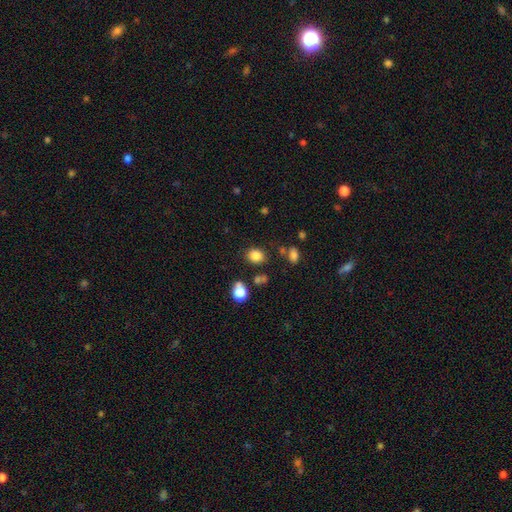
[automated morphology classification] smooth-or-featured: smooth: 83% | star or artifact: 12% | featured or disk: 5%
  how-rounded: round: 51% | in between: 48% | cigar-shaped: 1%
  merging: none: 80% | minor disturbance: 12% | merger: 5% | major disturbance: 4%